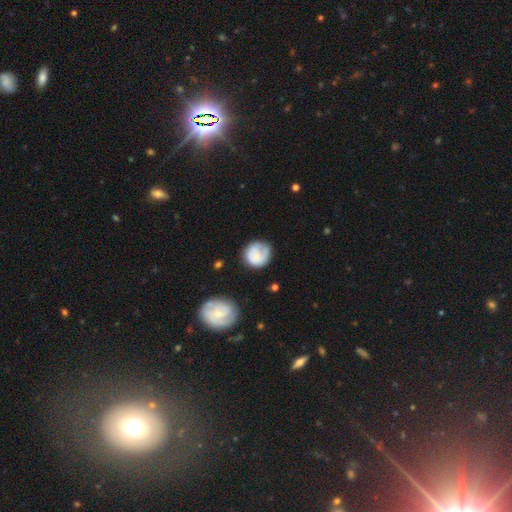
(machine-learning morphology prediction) This is likely a smooth galaxy (63%). How rounded: clearly round (86%). Merging: likely none (61%).